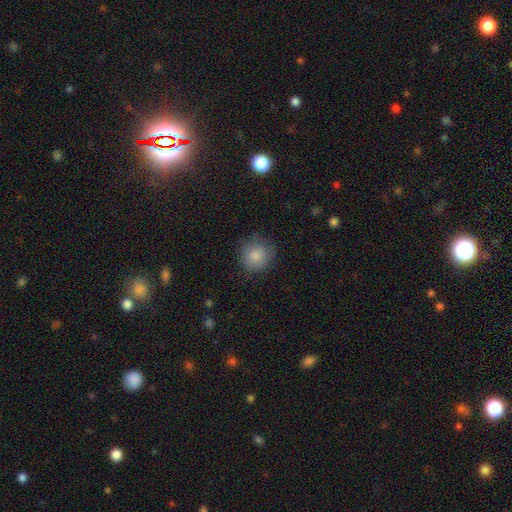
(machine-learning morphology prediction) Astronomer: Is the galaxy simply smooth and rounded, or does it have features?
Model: smooth — 85%.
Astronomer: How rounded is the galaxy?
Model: round — 91%.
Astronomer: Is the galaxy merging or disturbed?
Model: none — 82%.